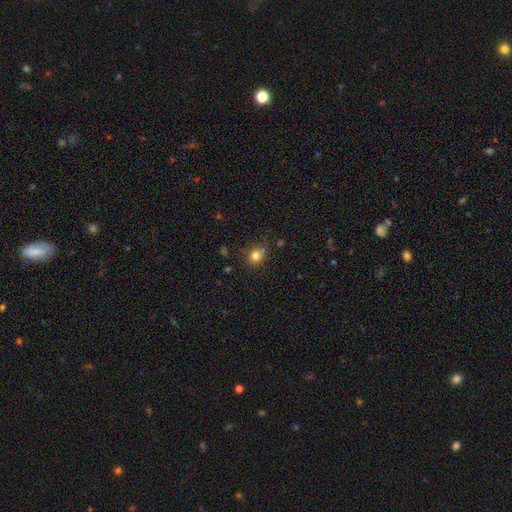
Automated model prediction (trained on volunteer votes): smooth-or-featured: smooth: 80% | star or artifact: 13% | featured or disk: 7%
  how-rounded: round: 78% | in between: 21% | cigar-shaped: 1%
  merging: none: 71% | minor disturbance: 18% | merger: 6% | major disturbance: 5%